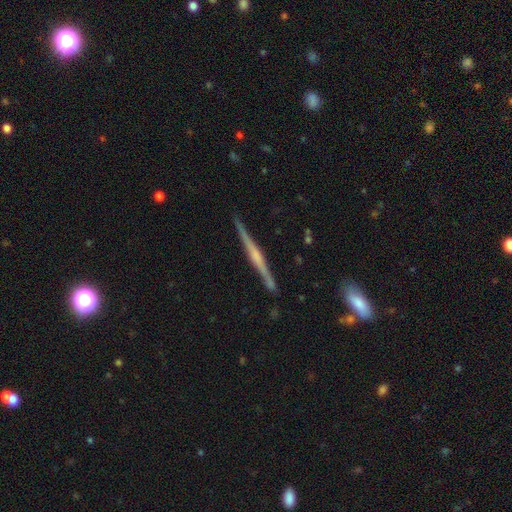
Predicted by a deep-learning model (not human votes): The model was most divided on "edge-on bulge": rounded: 55%, none: 24%, boxy: 21%. More confident: edge-on disk — yes (98%); merging — none (89%); smooth or featured — featured or disk (78%).